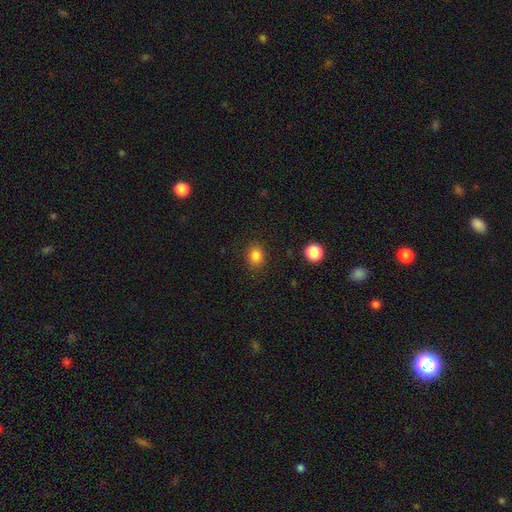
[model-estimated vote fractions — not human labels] The model was most divided on "how rounded": round: 56%, in between: 43%, cigar-shaped: 1%. More confident: merging — none (86%); smooth or featured — smooth (84%).